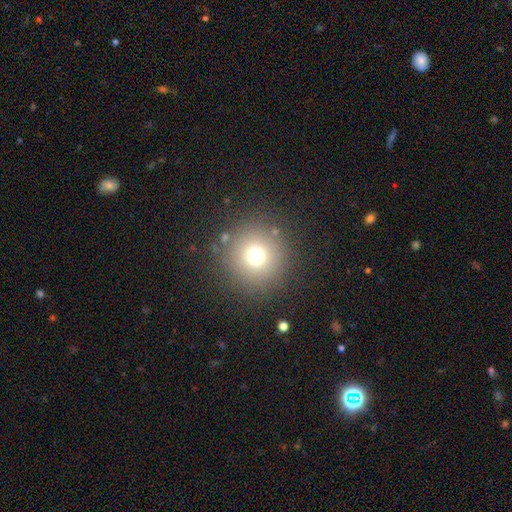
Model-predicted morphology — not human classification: This is likely a smooth galaxy (71%). How rounded: clearly round (96%). Merging: clearly none (87%).